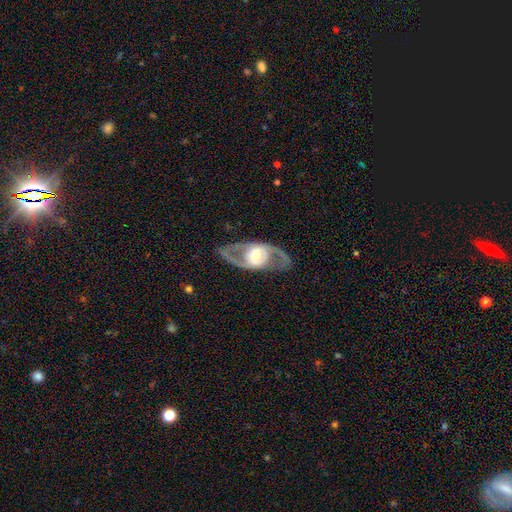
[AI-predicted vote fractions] A featured or disk galaxy (84%) with no bar (60%), 2 (88%) medium (53%) spiral arms (75%) and a moderate central bulge (61%).

Vote fractions:
- Smooth or featured? featured or disk: 84% / smooth: 12% / star or artifact: 4%
- Edge-on disk? no: 91% / yes: 9%
- Bar? no: 60% / weak: 25% / strong: 15%
- Spiral arms? yes: 75% / no: 25%
- Spiral winding? medium: 53% / loose: 25% / tight: 22%
- Spiral arm count? 2: 88% / can't tell: 6% / 1: 3% / 3: 1% / 4: 1% / more than 4: 1%
- Bulge size? moderate: 61% / large: 19% / small: 18% / dominant: 2% / none: 1%
- Merging? none: 80% / minor disturbance: 11% / major disturbance: 8% / merger: 1%